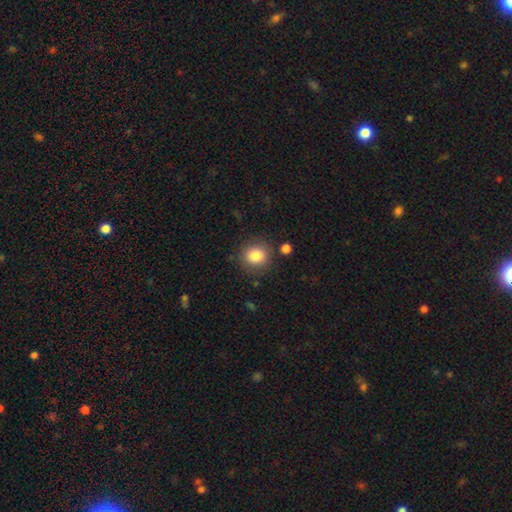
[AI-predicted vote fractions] This appears to be a smooth galaxy with no disk features (85%) that is round (85%). Merging: none (83%).